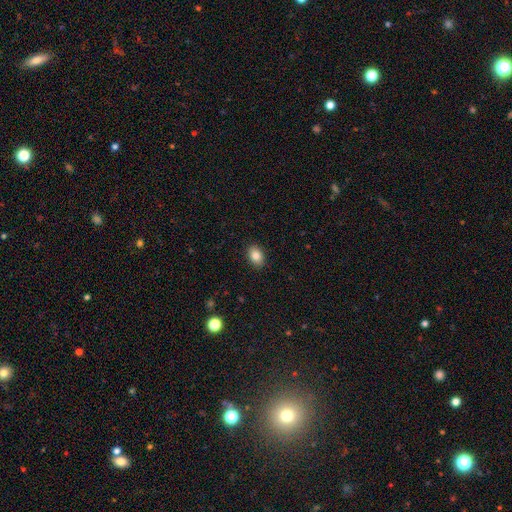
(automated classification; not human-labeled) The model was most divided on "how rounded": in between: 80%, round: 19%, cigar-shaped: 1%. More confident: merging — none (90%); smooth or featured — smooth (84%).